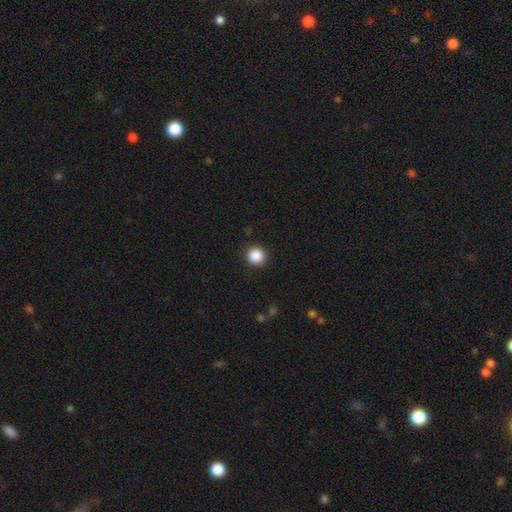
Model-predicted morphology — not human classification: Smooth or featured? Predicted: smooth (p=0.87). How rounded? Predicted: round (p=0.94). Merging? Predicted: none (p=0.91).